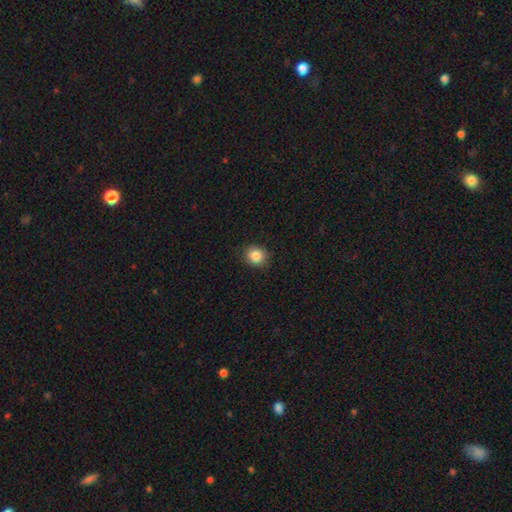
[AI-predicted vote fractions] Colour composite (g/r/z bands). It shows a smooth galaxy with no disk features (86%) that is round (82%). Merging: none (90%).